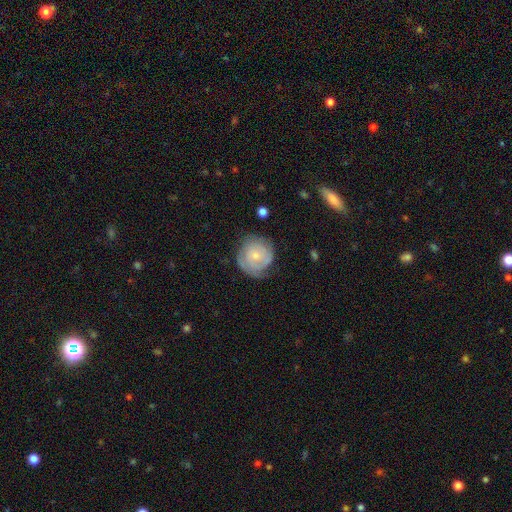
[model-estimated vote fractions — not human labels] This appears to be a featured or disk galaxy (55%) with no bar (80%), spiral arms (82%) and a small central bulge (64%). Merging: none (66%).